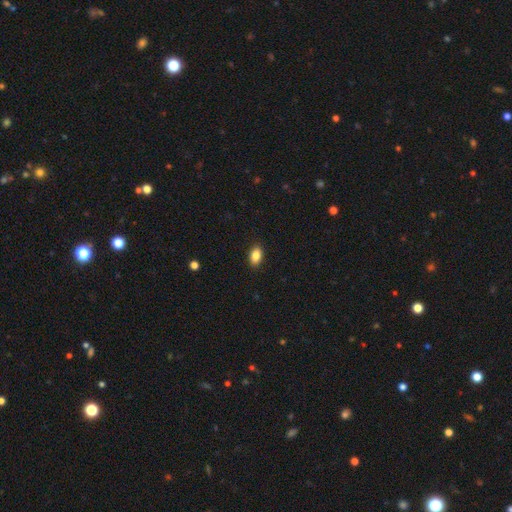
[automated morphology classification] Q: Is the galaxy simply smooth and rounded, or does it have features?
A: smooth — 86%.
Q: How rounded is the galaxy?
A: in between — 89%.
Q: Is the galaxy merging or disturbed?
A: none — 90%.